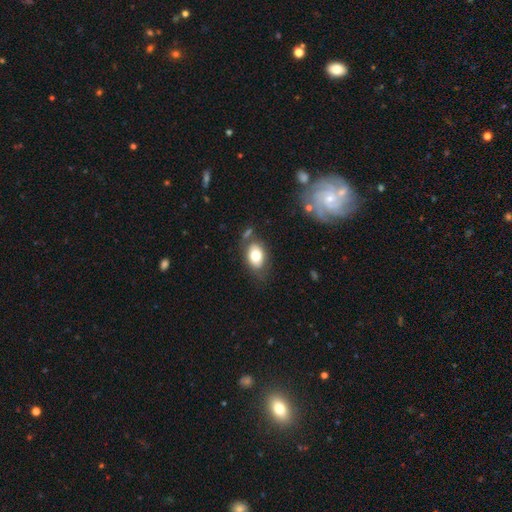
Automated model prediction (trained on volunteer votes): smooth 75%, featured or disk 17%, star or artifact 8%. Down the decision tree: how rounded — in between (83%); merging — none (66%).